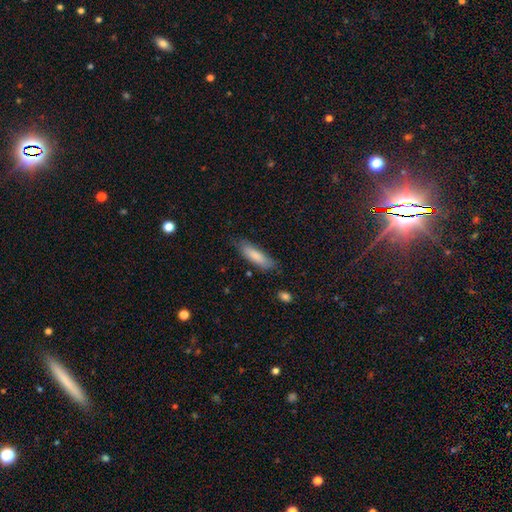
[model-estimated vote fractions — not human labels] Smooth or featured: smooth — 83% (featured or disk — 11%)
How rounded: cigar-shaped — 59% (in between — 40%)
Merging: none — 78% (minor disturbance — 17%)